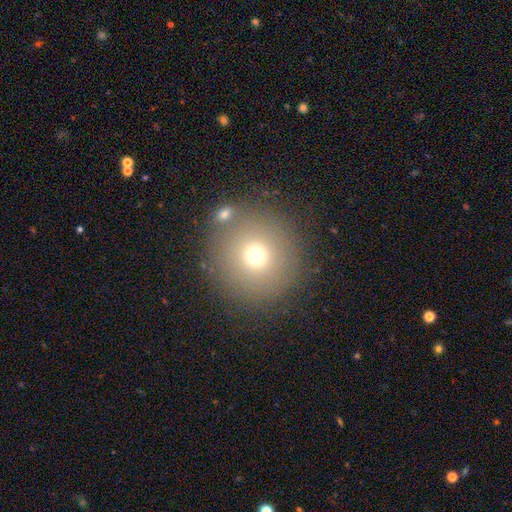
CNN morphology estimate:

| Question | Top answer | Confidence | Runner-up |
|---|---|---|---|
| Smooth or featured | smooth | 71% | star or artifact (16%) |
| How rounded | round | 95% | in between (4%) |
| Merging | none | 82% | minor disturbance (8%) |